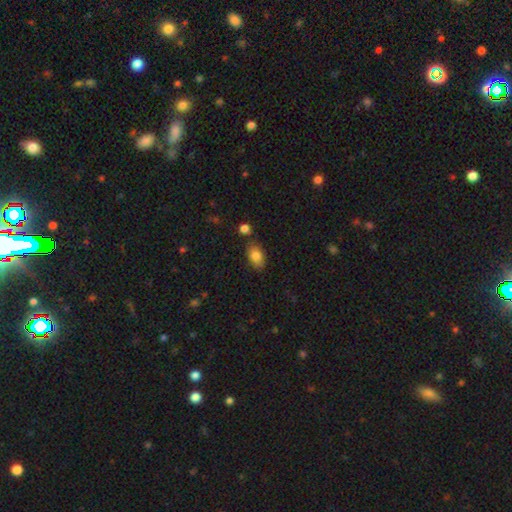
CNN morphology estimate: type=smooth (83%); roundness=in between (88%); merging=none (78%).